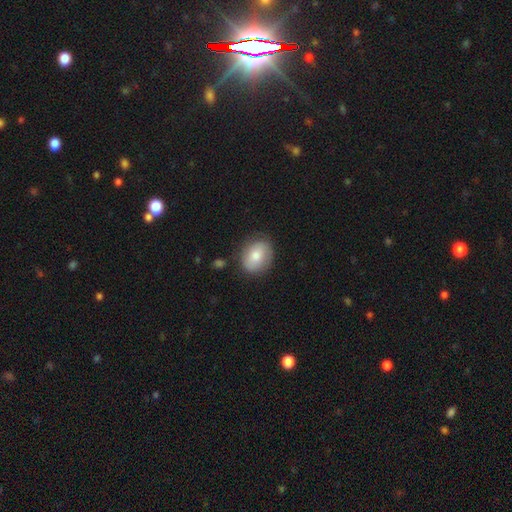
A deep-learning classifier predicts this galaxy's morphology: Smooth or featured: smooth — 74% (featured or disk — 19%)
How rounded: in between — 51% (round — 48%)
Merging: none — 77% (minor disturbance — 16%)